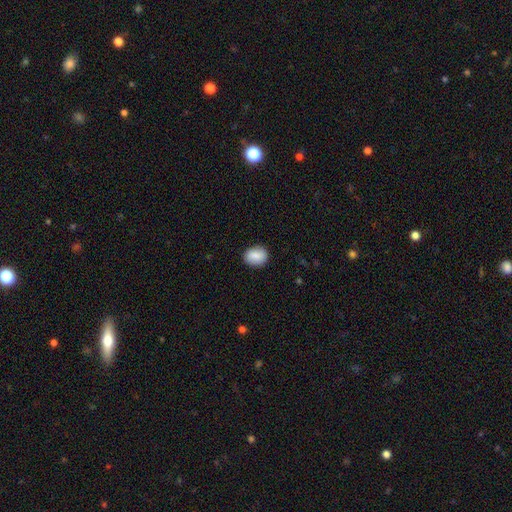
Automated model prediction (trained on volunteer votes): Smooth or featured?
  - smooth: 84% *
  - featured or disk: 9%
  - star or artifact: 7%
How rounded?
  - in between: 58% *
  - round: 40%
  - cigar-shaped: 1%
Merging?
  - none: 87% *
  - minor disturbance: 10%
  - major disturbance: 2%
  - merger: 1%